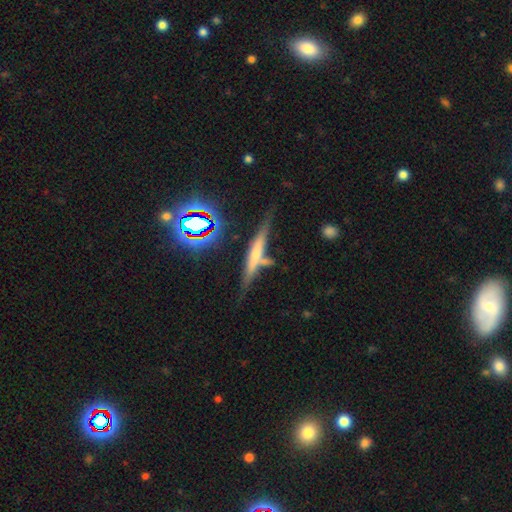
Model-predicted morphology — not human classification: A featured or disk galaxy (52%) viewed edge-on (91%). Merging: none (61%).